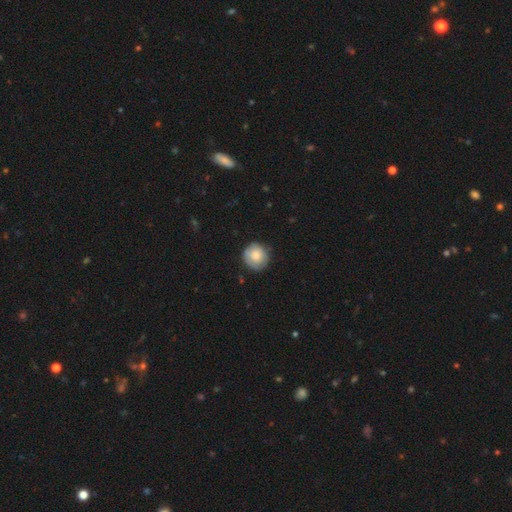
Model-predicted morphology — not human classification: Smooth or featured?
  - smooth: 74% *
  - featured or disk: 20%
  - star or artifact: 7%
How rounded?
  - round: 90% *
  - in between: 9%
  - cigar-shaped: 1%
Merging?
  - none: 78% *
  - minor disturbance: 17%
  - major disturbance: 4%
  - merger: 1%